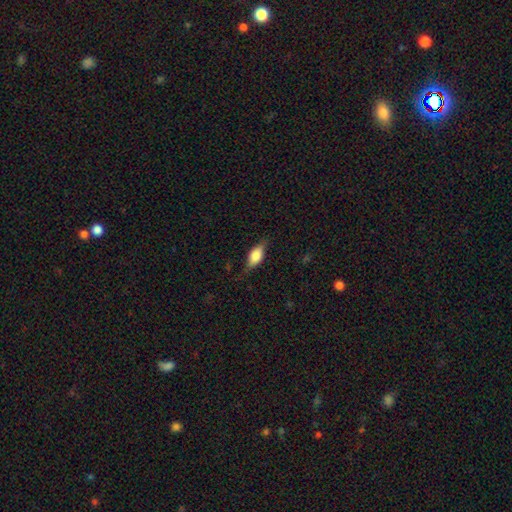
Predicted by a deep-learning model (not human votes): smooth 60%, featured or disk 33%, star or artifact 8%. Down the decision tree: how rounded — in between (82%); merging — none (69%).